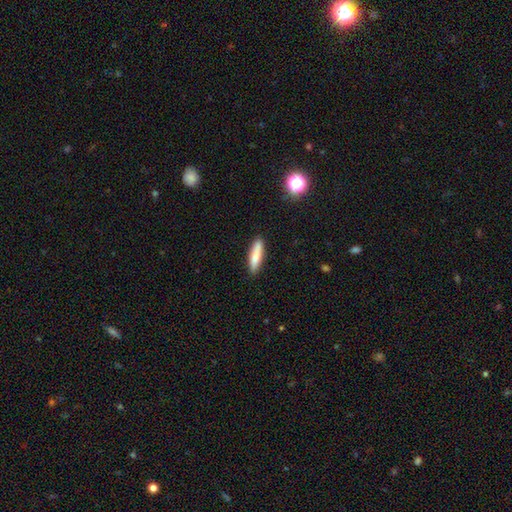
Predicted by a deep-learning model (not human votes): This is clearly a smooth galaxy (82%). How rounded: likely cigar-shaped (75%). Merging: clearly none (86%).